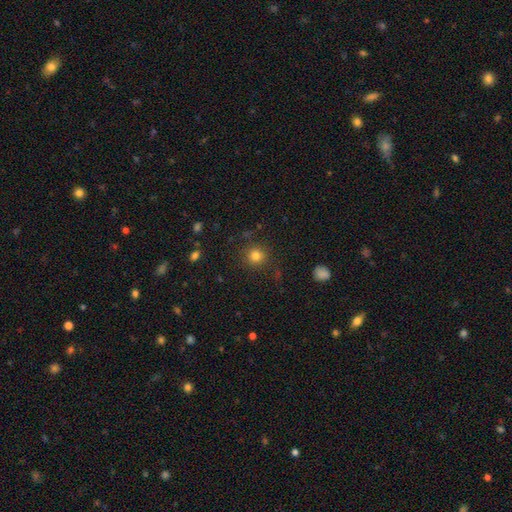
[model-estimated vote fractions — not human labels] Smooth or featured? smooth (80%)
How rounded? round (92%)
Merging? none (87%)